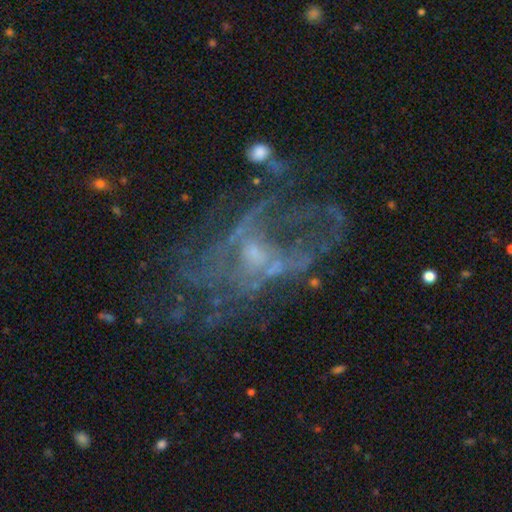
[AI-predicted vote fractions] The model was most divided on "merging": none: 42%, major disturbance: 36%, minor disturbance: 16%, merger: 7%. More confident: edge-on disk — no (96%); smooth or featured — featured or disk (76%); bar — no (72%); spiral arms — yes (57%); bulge size — small (55%).